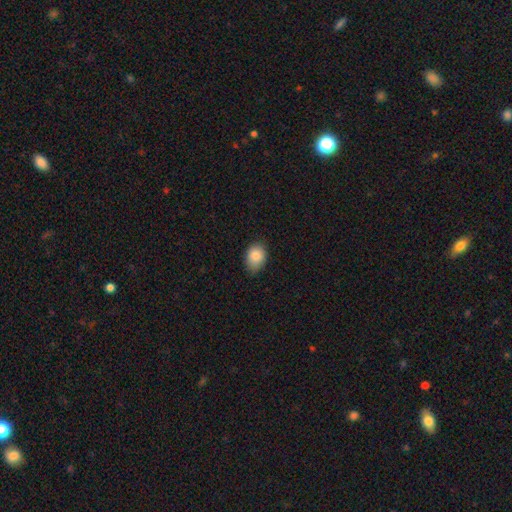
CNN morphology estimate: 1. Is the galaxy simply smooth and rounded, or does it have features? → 86% smooth, 8% star or artifact, 6% featured or disk.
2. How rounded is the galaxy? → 69% in between, 30% round, 1% cigar-shaped.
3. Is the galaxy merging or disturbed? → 73% none, 23% minor disturbance, 3% major disturbance, 1% merger.